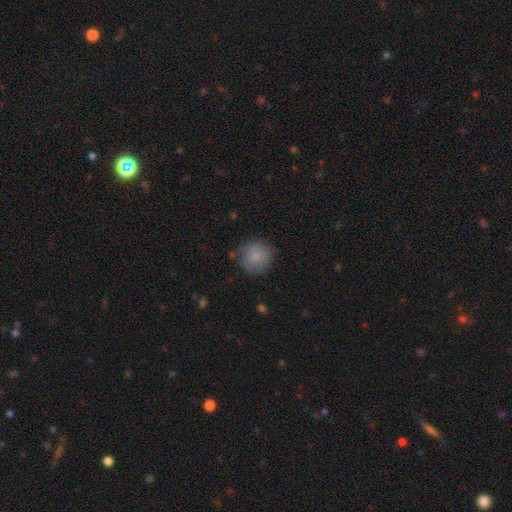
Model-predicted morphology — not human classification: Q: Smooth or featured?
A: smooth (71%); runner-up: featured or disk (22%)
Q: How rounded?
A: round (90%); runner-up: in between (9%)
Q: Merging?
A: none (63%); runner-up: minor disturbance (26%)